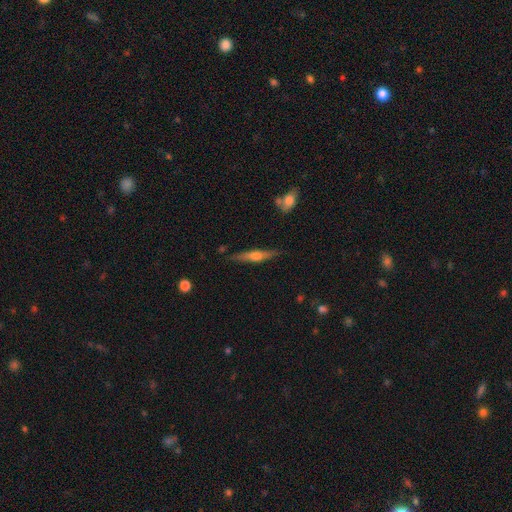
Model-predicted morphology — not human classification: This appears to be a featured or disk galaxy (59%) viewed edge-on (96%) with a rounded central bulge (81%). Merging: none (84%).